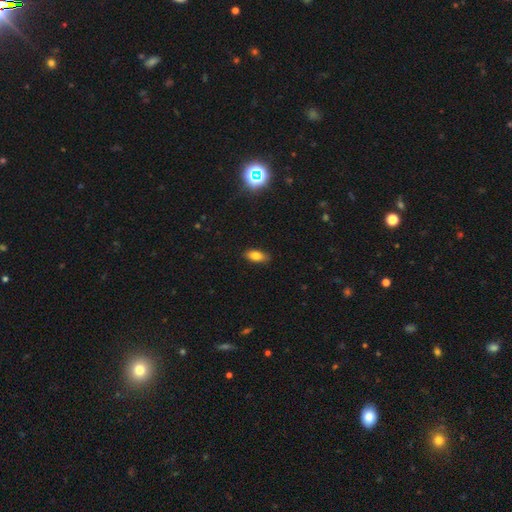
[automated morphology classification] Smooth or featured?
  - smooth: 79% *
  - featured or disk: 11%
  - star or artifact: 11%
How rounded?
  - in between: 87% *
  - cigar-shaped: 9%
  - round: 4%
Merging?
  - none: 85% *
  - minor disturbance: 11%
  - major disturbance: 2%
  - merger: 1%